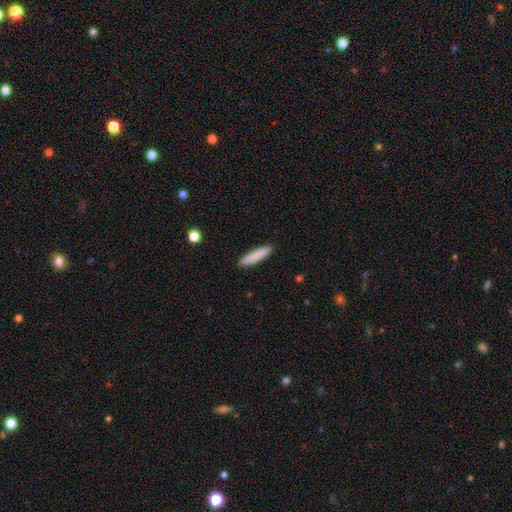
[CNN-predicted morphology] A smooth galaxy with no disk features (86%) that is cigar-shaped (83%). Merging: none (91%).